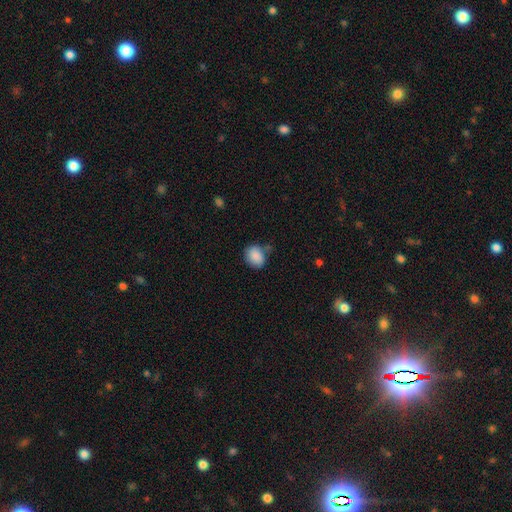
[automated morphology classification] This appears to be a smooth galaxy with no disk features (87%) that is in between round and cigar-shaped (52%). Merging: none (62%).